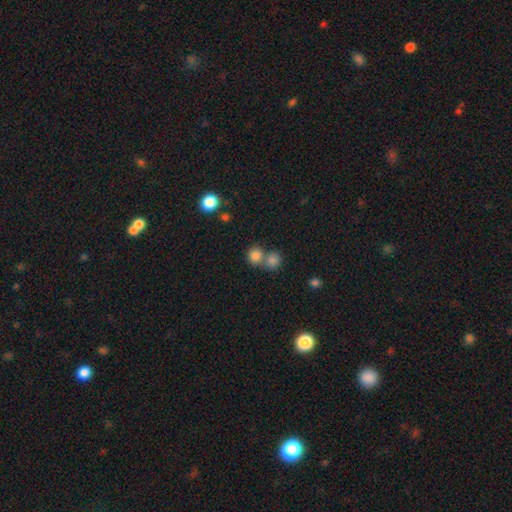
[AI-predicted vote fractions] Q: Smooth or featured?
A: smooth (82%); runner-up: star or artifact (12%)
Q: How rounded?
A: round (87%); runner-up: in between (12%)
Q: Merging?
A: none (52%); runner-up: merger (39%)